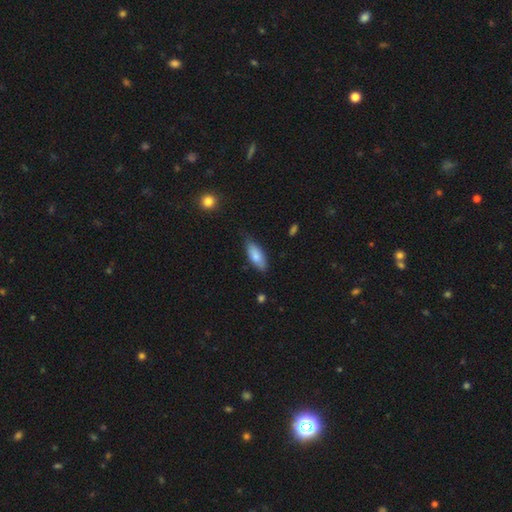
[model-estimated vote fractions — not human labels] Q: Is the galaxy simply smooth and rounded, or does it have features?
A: smooth — 76%.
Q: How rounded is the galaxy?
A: in between — 75%.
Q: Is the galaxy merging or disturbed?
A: none — 67%.